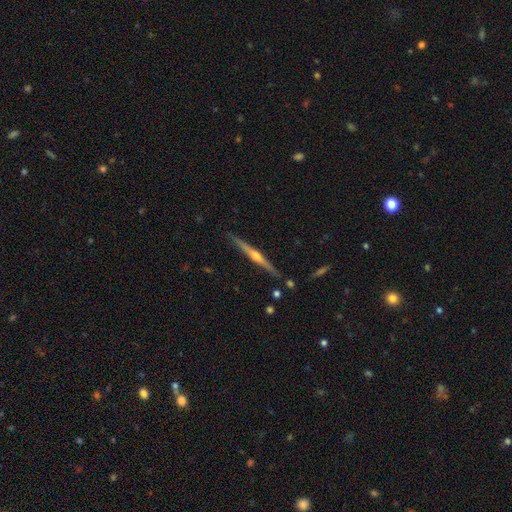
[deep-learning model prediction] Smooth or featured: featured or disk — 79% (smooth — 16%)
Edge-on disk: yes — 98% (no — 2%)
Edge-on bulge: rounded — 89% (none — 7%)
Merging: none — 88% (minor disturbance — 8%)